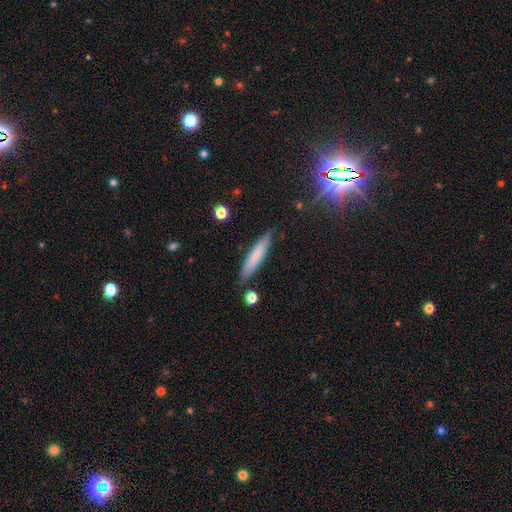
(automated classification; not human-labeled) A smooth galaxy with no disk features (72%) that is cigar-shaped (88%).

Vote fractions:
- Smooth or featured? smooth: 72% / featured or disk: 21% / star or artifact: 7%
- How rounded? cigar-shaped: 88% / in between: 10% / round: 1%
- Merging? none: 85% / minor disturbance: 11% / merger: 2% / major disturbance: 2%